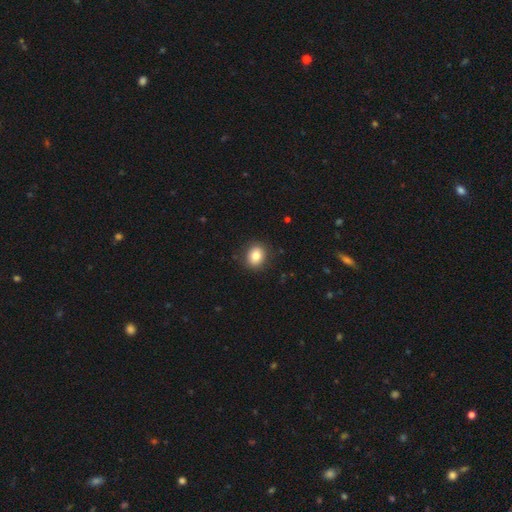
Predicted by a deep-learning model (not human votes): Q: Smooth or featured?
A: smooth (83%); runner-up: star or artifact (9%)
Q: How rounded?
A: round (64%); runner-up: in between (35%)
Q: Merging?
A: none (89%); runner-up: minor disturbance (8%)